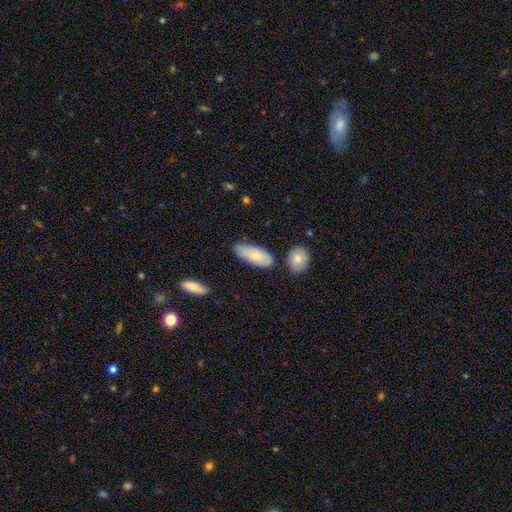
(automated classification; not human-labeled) This appears to be a smooth galaxy with no disk features (74%) that is in between round and cigar-shaped (81%). Merging: none (62%).